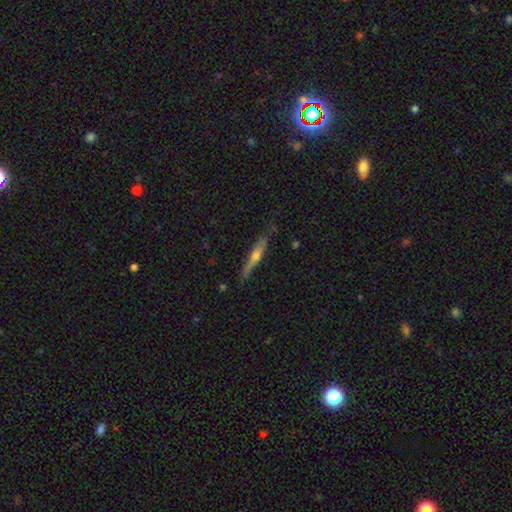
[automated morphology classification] The model was most divided on "smooth or featured": featured or disk: 66%, smooth: 27%, star or artifact: 6%. More confident: edge-on disk — yes (96%); edge-on bulge — rounded (87%); merging — none (79%).